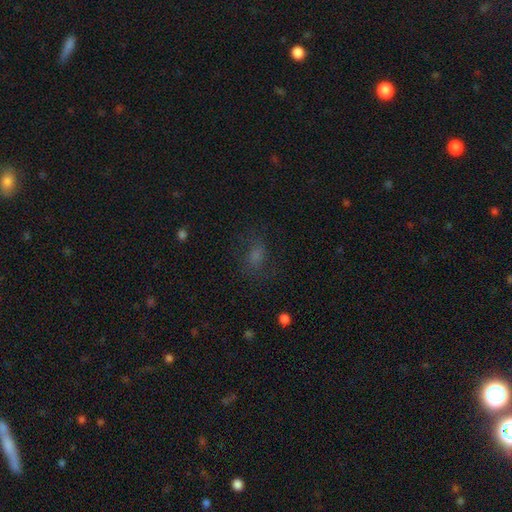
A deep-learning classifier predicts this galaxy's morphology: Smooth or featured: smooth — 48% (star or artifact — 31%)
Merging: none — 69% (minor disturbance — 17%)